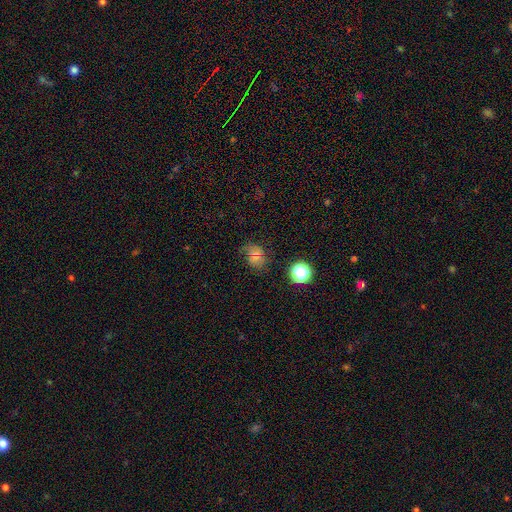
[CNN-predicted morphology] A smooth galaxy with no disk features (62%) that is round (50%). Merging: none (63%).